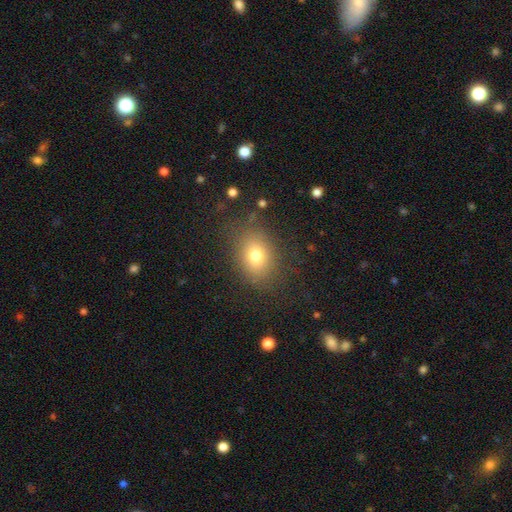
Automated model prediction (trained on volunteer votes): Smooth or featured? smooth (75%)
How rounded? in between (57%)
Merging? none (81%)